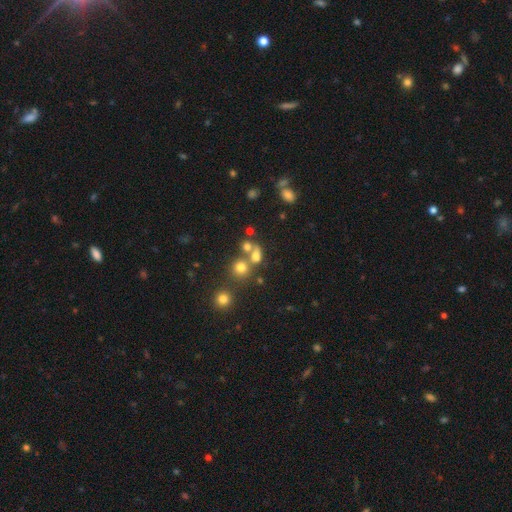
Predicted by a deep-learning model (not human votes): Smooth or featured? smooth (68%)
How rounded? round (55%)
Merging? none (44%)